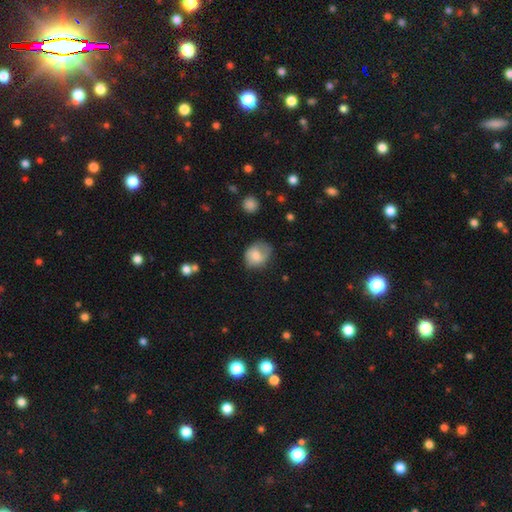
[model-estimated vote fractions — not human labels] A smooth galaxy with no disk features (71%) that is in between round and cigar-shaped (53%).

Vote fractions:
- Smooth or featured? smooth: 71% / featured or disk: 21% / star or artifact: 8%
- How rounded? in between: 53% / round: 46% / cigar-shaped: 1%
- Merging? none: 56% / minor disturbance: 31% / major disturbance: 11% / merger: 2%